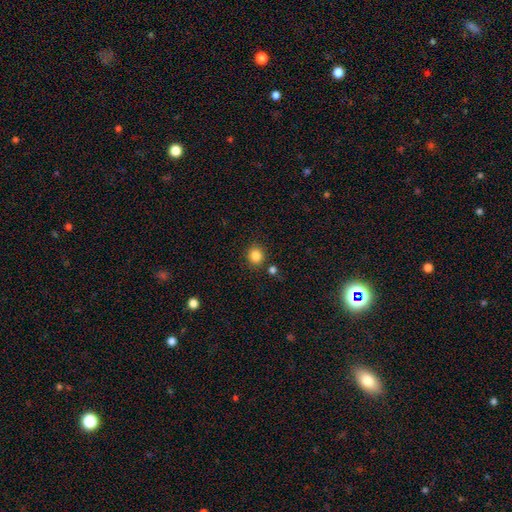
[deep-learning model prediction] smooth_or_featured: smooth (p=0.84) [alt: star or artifact p=0.11]
how_rounded: round (p=0.85) [alt: in between p=0.14]
merging: none (p=0.85) [alt: minor disturbance p=0.08]